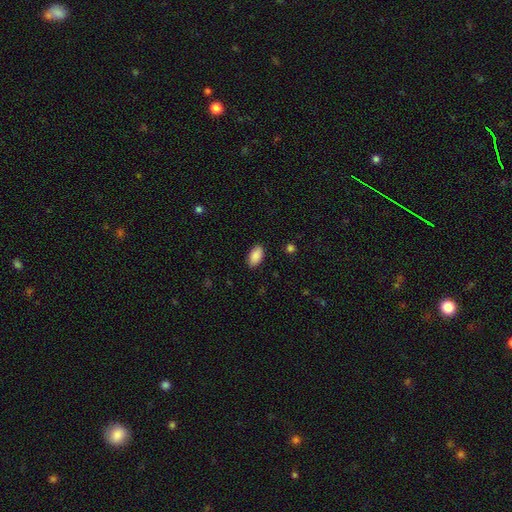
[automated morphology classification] This appears to be a smooth galaxy with no disk features (90%) that is in between round and cigar-shaped (94%). Merging: none (88%).